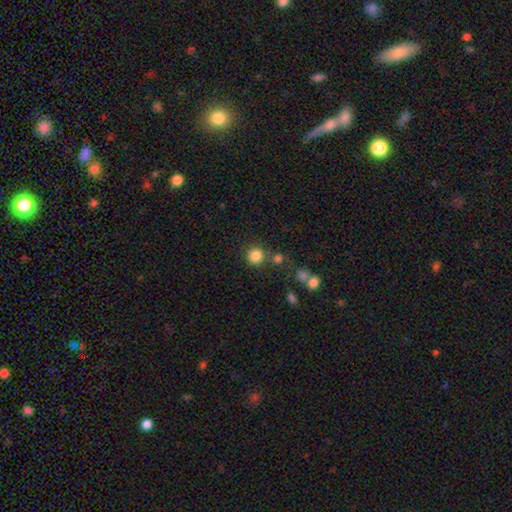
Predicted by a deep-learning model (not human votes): smooth 83%, star or artifact 12%, featured or disk 5%. Down the decision tree: how rounded — round (91%); merging — none (75%).